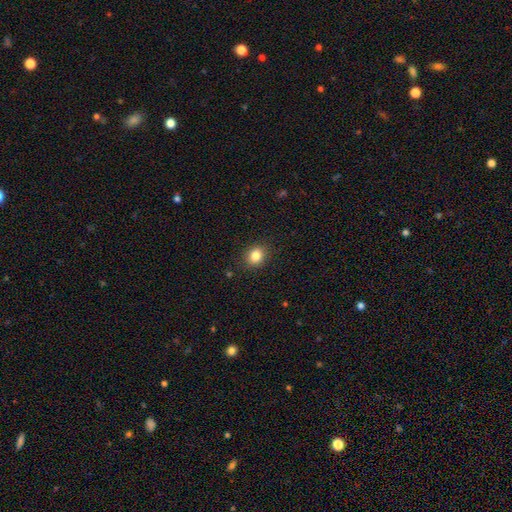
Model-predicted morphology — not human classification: Overall: smooth (84%). How rounded: round (61%; in between 38%). Merging: none (88%).